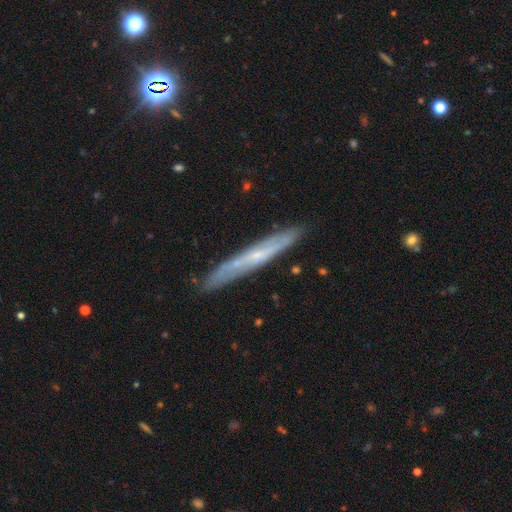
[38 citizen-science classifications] Volunteers were most divided on "edge-on bulge": none: 67%, rounded: 33%, boxy: 0%. More confident: merging — none (89%); edge-on disk — yes (78%); smooth or featured — featured or disk (71%).